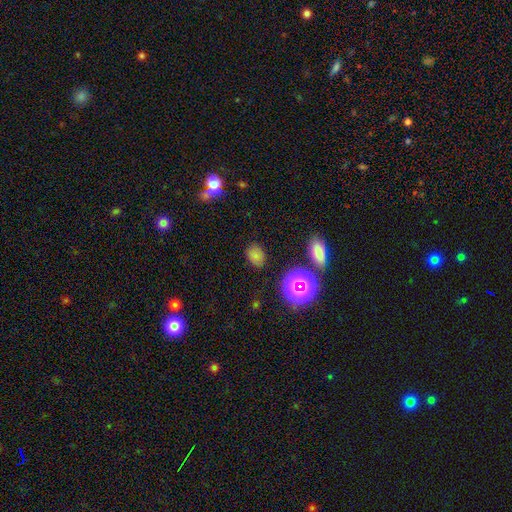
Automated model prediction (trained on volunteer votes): Smooth or featured?
  - smooth: 72% *
  - star or artifact: 21%
  - featured or disk: 7%
How rounded?
  - in between: 59% *
  - round: 40%
  - cigar-shaped: 1%
Merging?
  - none: 81% *
  - minor disturbance: 12%
  - major disturbance: 4%
  - merger: 3%